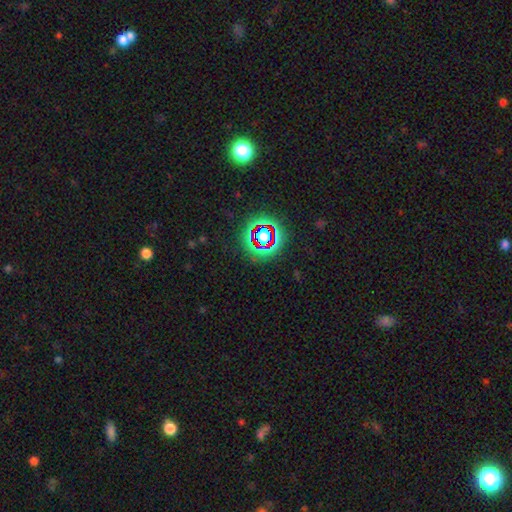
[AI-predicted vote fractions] The model was most divided on "smooth or featured": star or artifact: 75%, smooth: 14%, featured or disk: 11%.